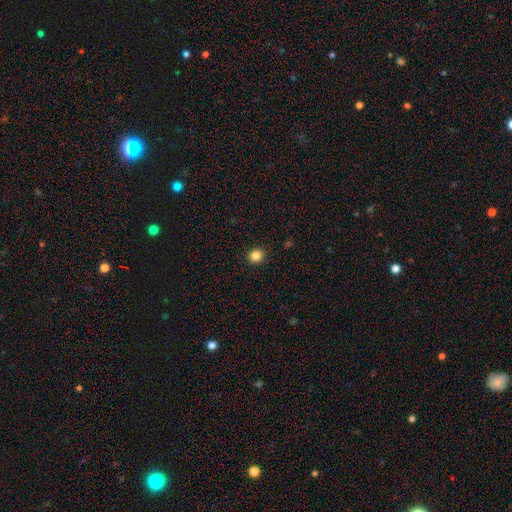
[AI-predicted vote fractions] The model was most divided on "smooth or featured": smooth: 84%, star or artifact: 12%, featured or disk: 4%. More confident: merging — none (92%); how rounded — round (87%).